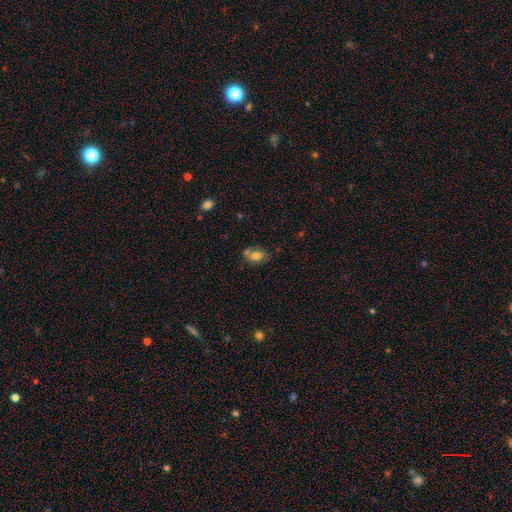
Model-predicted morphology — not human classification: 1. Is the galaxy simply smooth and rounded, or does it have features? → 73% smooth, 17% featured or disk, 10% star or artifact.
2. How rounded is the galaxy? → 79% in between, 19% round, 2% cigar-shaped.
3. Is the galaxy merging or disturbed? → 50% none, 26% merger, 19% minor disturbance, 6% major disturbance.